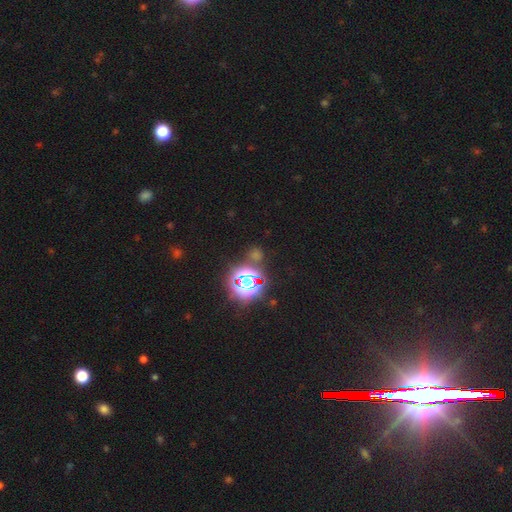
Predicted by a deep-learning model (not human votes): A star or artifact, not a galaxy (71%).

Vote fractions:
- Smooth or featured? star or artifact: 71% / smooth: 22% / featured or disk: 8%